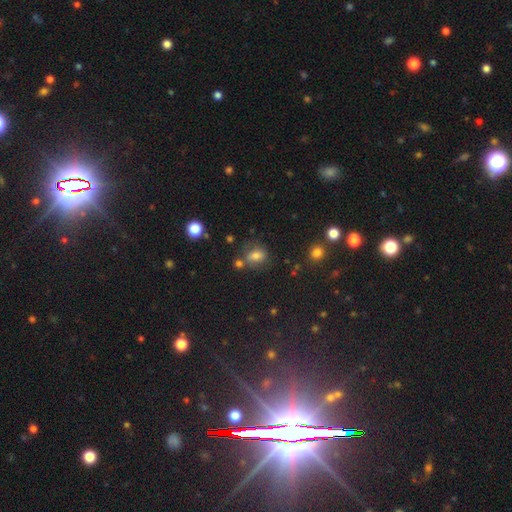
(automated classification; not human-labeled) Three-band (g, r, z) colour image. It shows a smooth galaxy with no disk features (72%) that is in between round and cigar-shaped (60%). Merging: none (60%).